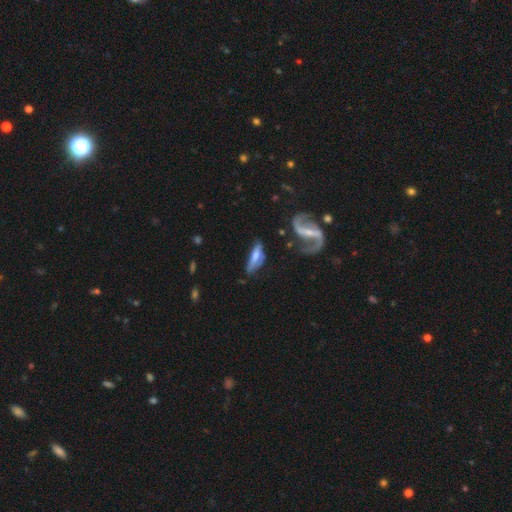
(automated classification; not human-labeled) Smooth or featured? Predicted: featured or disk (p=0.54). Edge-on disk? Predicted: no (p=0.62). Merging? Predicted: none (p=0.48).